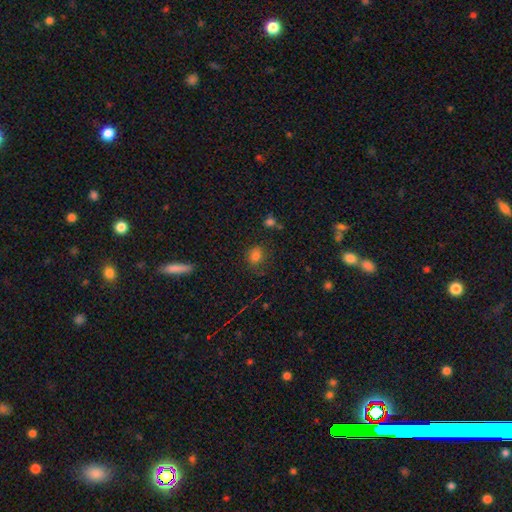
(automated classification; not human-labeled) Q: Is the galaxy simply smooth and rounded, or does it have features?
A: smooth — 77%.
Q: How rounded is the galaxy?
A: in between — 58%.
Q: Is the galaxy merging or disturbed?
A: none — 67%.